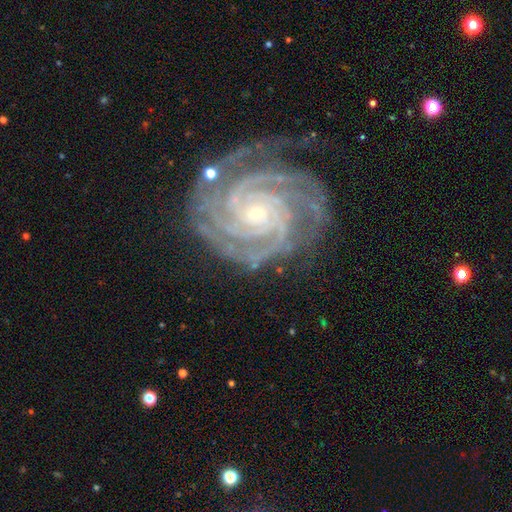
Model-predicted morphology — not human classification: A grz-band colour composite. It shows a featured or disk galaxy (93%) with no bar (68%), 4 (33%) tight (83%) spiral arms (99%) and a small central bulge (80%). Merging: none (75%).